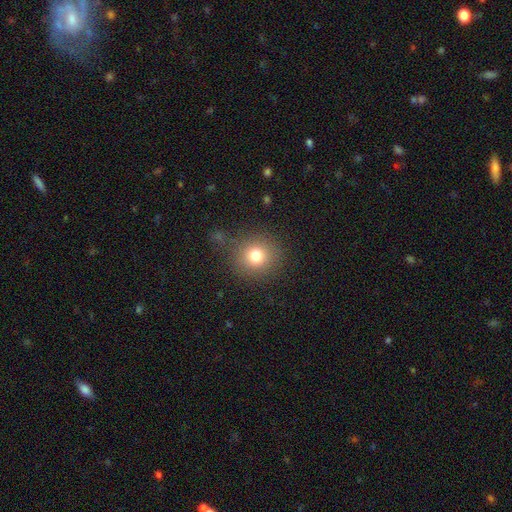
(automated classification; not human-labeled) Q: Smooth or featured?
A: smooth (77%); runner-up: star or artifact (13%)
Q: How rounded?
A: round (89%); runner-up: in between (10%)
Q: Merging?
A: none (80%); runner-up: minor disturbance (11%)